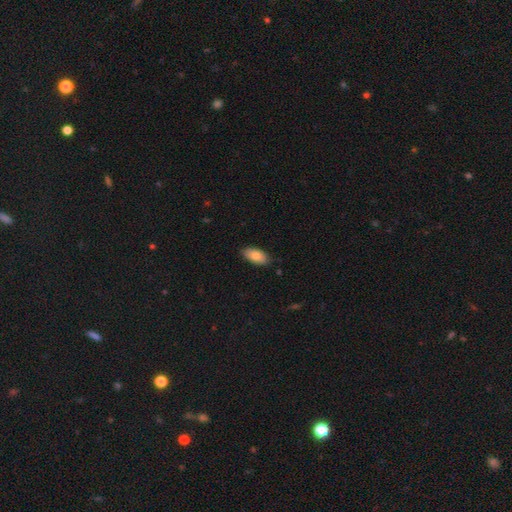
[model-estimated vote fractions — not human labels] Smooth or featured: smooth — 80% (featured or disk — 14%)
How rounded: in between — 91% (cigar-shaped — 6%)
Merging: none — 85% (minor disturbance — 12%)